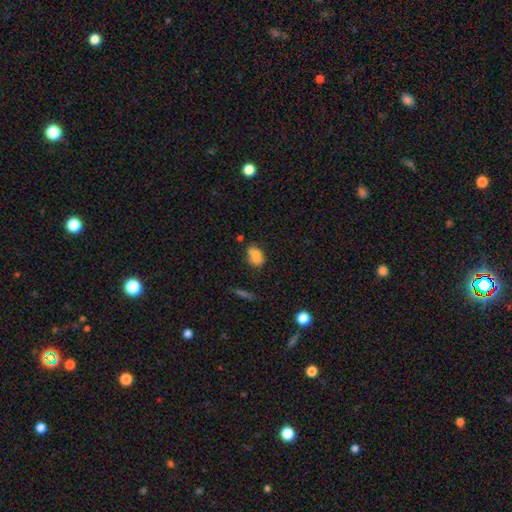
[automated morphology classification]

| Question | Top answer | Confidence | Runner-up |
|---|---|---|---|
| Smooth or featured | smooth | 77% | featured or disk (12%) |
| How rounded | in between | 79% | round (16%) |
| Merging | none | 52% | minor disturbance (25%) |